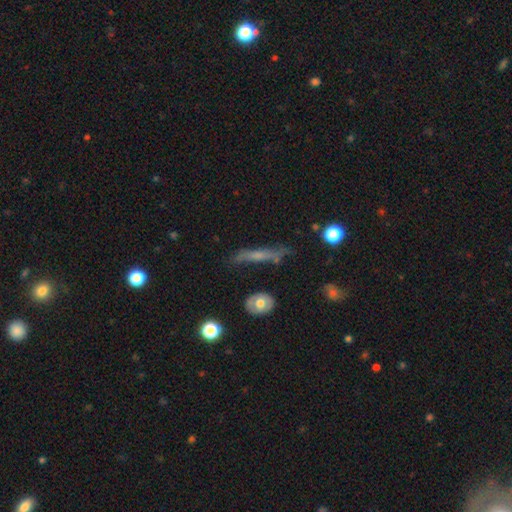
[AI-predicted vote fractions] Smooth or featured? Predicted: featured or disk (p=0.46). Merging? Predicted: none (p=0.66).